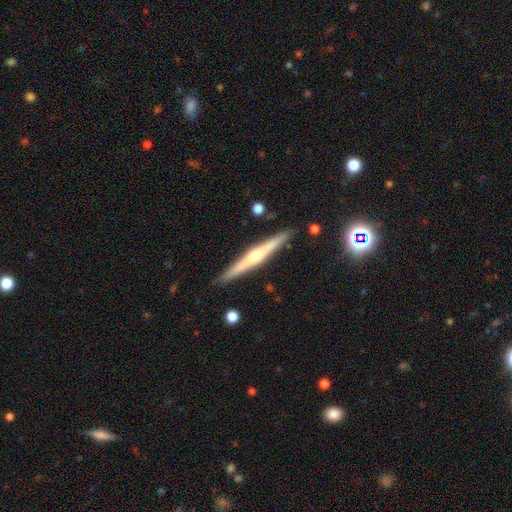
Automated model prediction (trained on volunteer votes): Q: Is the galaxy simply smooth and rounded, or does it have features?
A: featured or disk — 69%.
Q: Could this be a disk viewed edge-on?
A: yes — 98%.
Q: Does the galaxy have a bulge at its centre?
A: rounded — 79%.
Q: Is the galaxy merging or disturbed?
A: none — 91%.